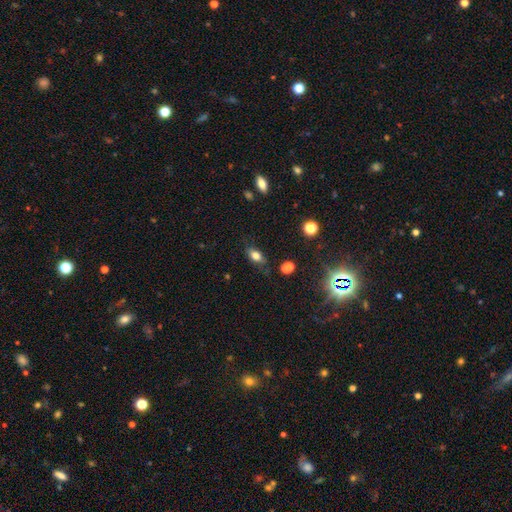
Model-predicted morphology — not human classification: A smooth galaxy with no disk features (71%) that is in between round and cigar-shaped (81%).

Vote fractions:
- Smooth or featured? smooth: 71% / featured or disk: 18% / star or artifact: 11%
- How rounded? in between: 81% / cigar-shaped: 10% / round: 9%
- Merging? none: 74% / minor disturbance: 18% / major disturbance: 5% / merger: 3%